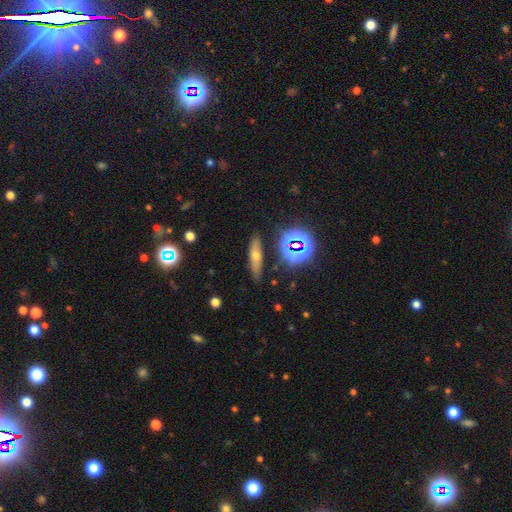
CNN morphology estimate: type=smooth (45%); merging=none (85%).